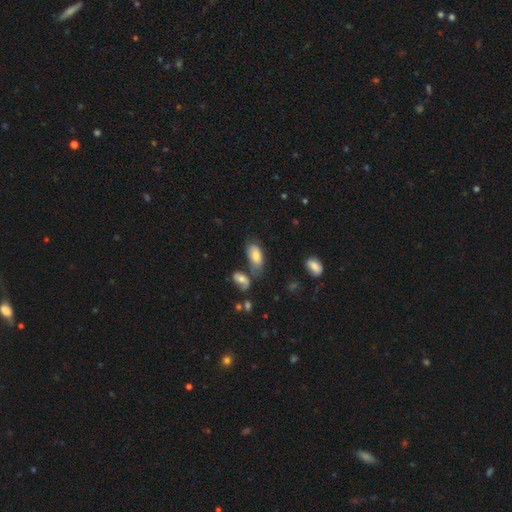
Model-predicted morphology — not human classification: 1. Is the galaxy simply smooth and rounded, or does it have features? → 72% smooth, 20% featured or disk, 8% star or artifact.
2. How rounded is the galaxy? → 92% in between, 4% cigar-shaped, 3% round.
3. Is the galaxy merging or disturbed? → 48% none, 22% minor disturbance, 21% merger, 9% major disturbance.